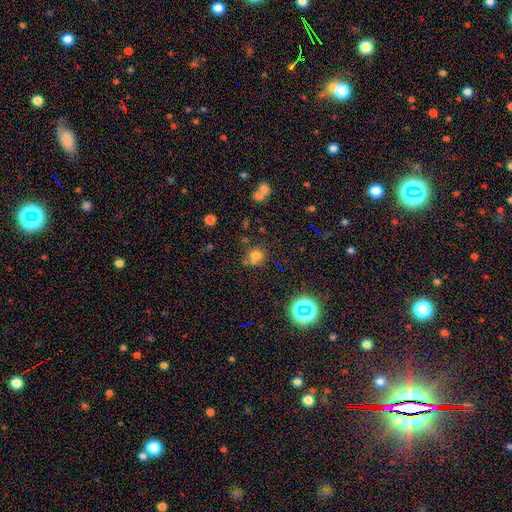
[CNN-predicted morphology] A smooth galaxy with no disk features (67%) that is round (84%).

Vote fractions:
- Smooth or featured? smooth: 67% / star or artifact: 22% / featured or disk: 11%
- How rounded? round: 84% / in between: 14% / cigar-shaped: 1%
- Merging? none: 60% / merger: 22% / minor disturbance: 13% / major disturbance: 5%